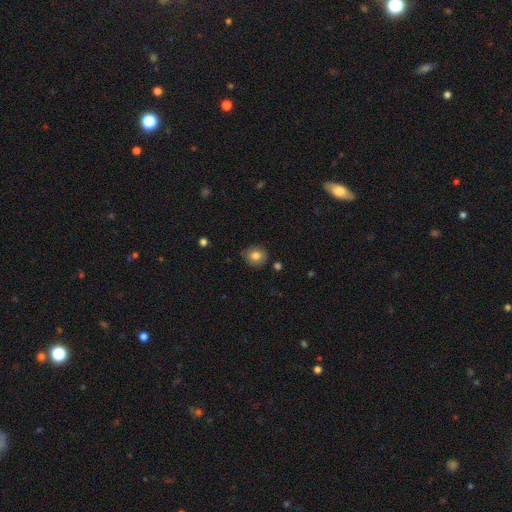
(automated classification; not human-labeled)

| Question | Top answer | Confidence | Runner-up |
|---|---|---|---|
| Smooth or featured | smooth | 81% | featured or disk (10%) |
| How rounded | round | 78% | in between (21%) |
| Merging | none | 82% | minor disturbance (13%) |